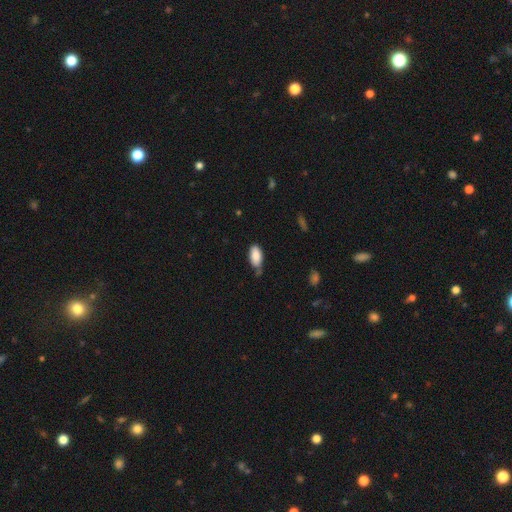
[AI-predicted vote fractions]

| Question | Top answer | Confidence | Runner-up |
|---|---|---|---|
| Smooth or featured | smooth | 87% | star or artifact (7%) |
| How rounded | in between | 93% | cigar-shaped (5%) |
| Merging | none | 54% | minor disturbance (33%) |